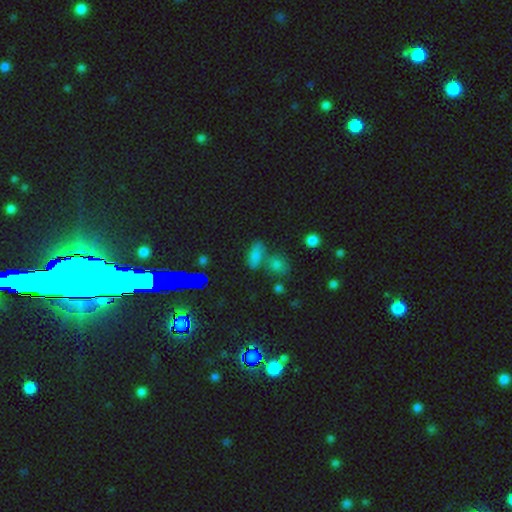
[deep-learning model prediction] Overall: smooth (61%; star or artifact 27%). How rounded: in between (73%). Merging: none (50%; merger 28%).